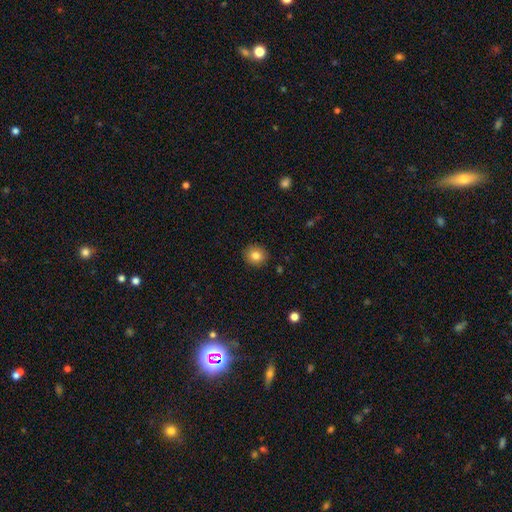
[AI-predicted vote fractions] Q: Smooth or featured?
A: smooth (82%); runner-up: star or artifact (10%)
Q: How rounded?
A: round (85%); runner-up: in between (14%)
Q: Merging?
A: none (91%); runner-up: minor disturbance (6%)